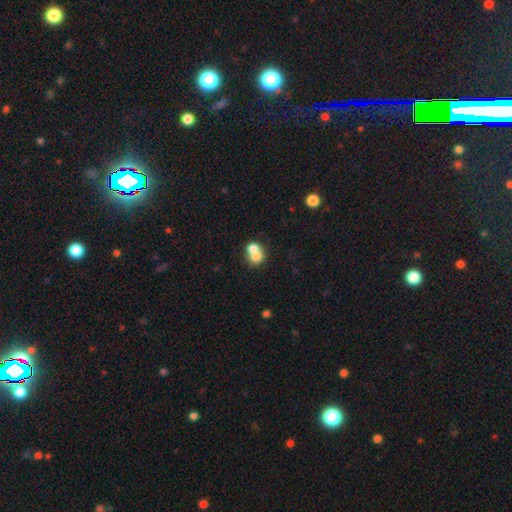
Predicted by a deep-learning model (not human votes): Smooth or featured? smooth (71%)
How rounded? round (71%)
Merging? merger (64%)